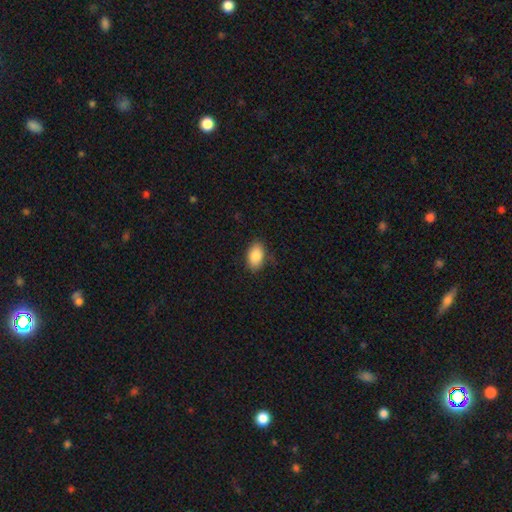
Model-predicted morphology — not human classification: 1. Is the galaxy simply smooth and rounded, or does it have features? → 87% smooth, 7% star or artifact, 6% featured or disk.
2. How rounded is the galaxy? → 91% in between, 7% round, 2% cigar-shaped.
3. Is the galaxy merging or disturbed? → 83% none, 13% minor disturbance, 3% major disturbance, 1% merger.